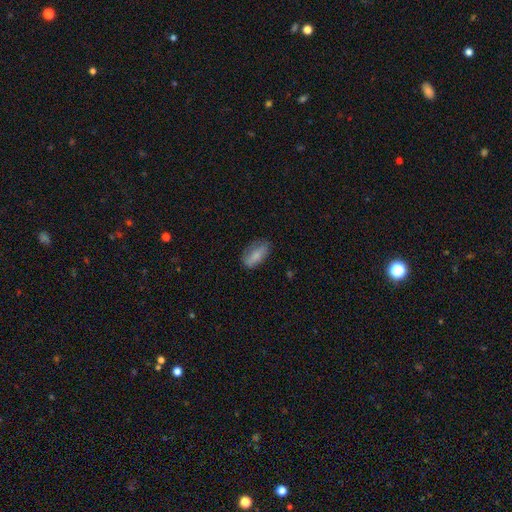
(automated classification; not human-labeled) Smooth or featured?
  - smooth: 77% *
  - featured or disk: 16%
  - star or artifact: 7%
How rounded?
  - in between: 84% *
  - cigar-shaped: 12%
  - round: 4%
Merging?
  - none: 69% *
  - minor disturbance: 23%
  - major disturbance: 6%
  - merger: 2%